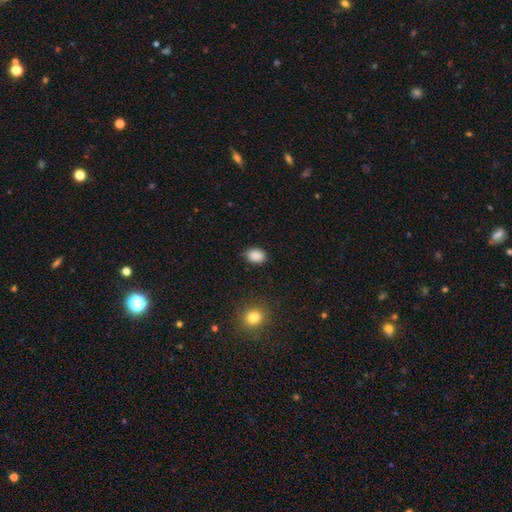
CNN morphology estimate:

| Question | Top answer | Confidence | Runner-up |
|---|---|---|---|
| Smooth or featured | smooth | 88% | star or artifact (9%) |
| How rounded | in between | 76% | round (23%) |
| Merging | none | 84% | minor disturbance (12%) |